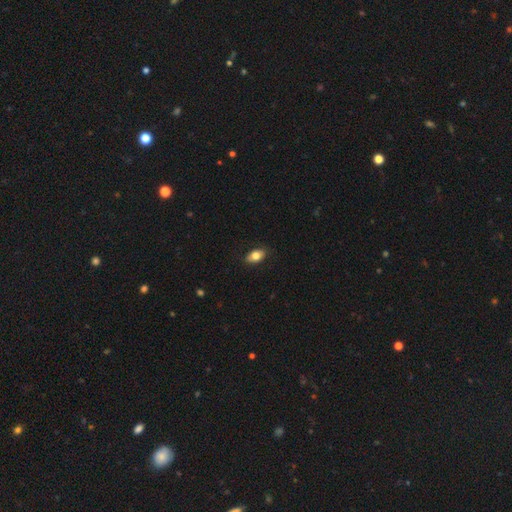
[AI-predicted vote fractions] smooth-or-featured: smooth: 79% | featured or disk: 13% | star or artifact: 7%
  how-rounded: in between: 89% | round: 9% | cigar-shaped: 2%
  merging: none: 85% | minor disturbance: 11% | major disturbance: 2% | merger: 1%